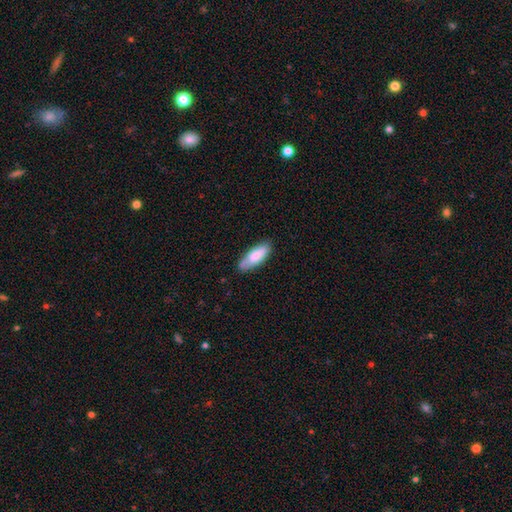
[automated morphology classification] Smooth or featured? Predicted: smooth (p=0.81). How rounded? Predicted: in between (p=0.66). Merging? Predicted: none (p=0.79).